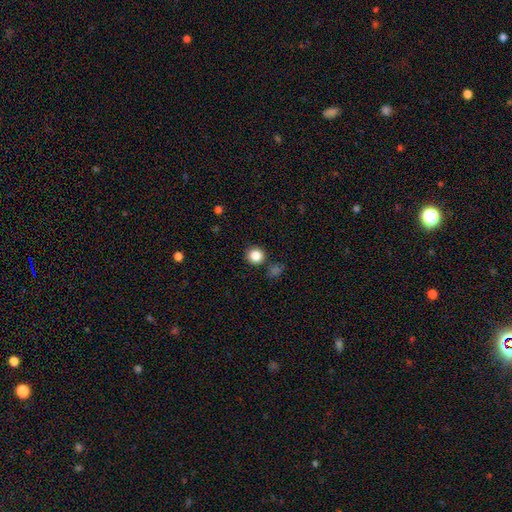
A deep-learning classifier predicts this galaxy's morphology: smooth-or-featured: smooth: 85% | star or artifact: 11% | featured or disk: 4%
  how-rounded: round: 93% | in between: 6% | cigar-shaped: 1%
  merging: none: 85% | minor disturbance: 8% | merger: 4% | major disturbance: 3%